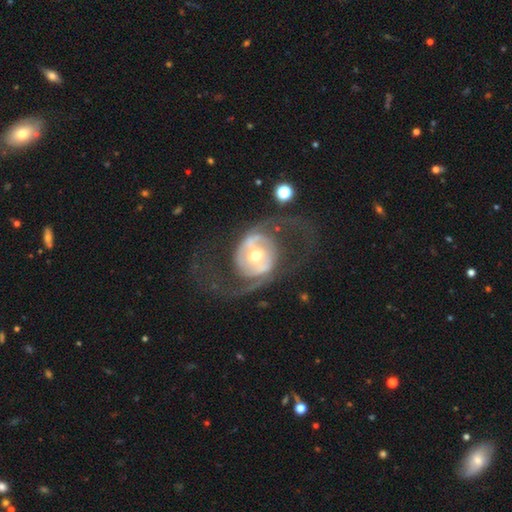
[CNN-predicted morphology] The model was most divided on "spiral winding": medium: 46%, loose: 38%, tight: 16%. Remaining: edge-on disk — no (96%); spiral arm count — 2 (88%); spiral arms — yes (85%); smooth or featured — featured or disk (84%); bulge size — moderate (62%); merging — none (61%); bar — no (44%).